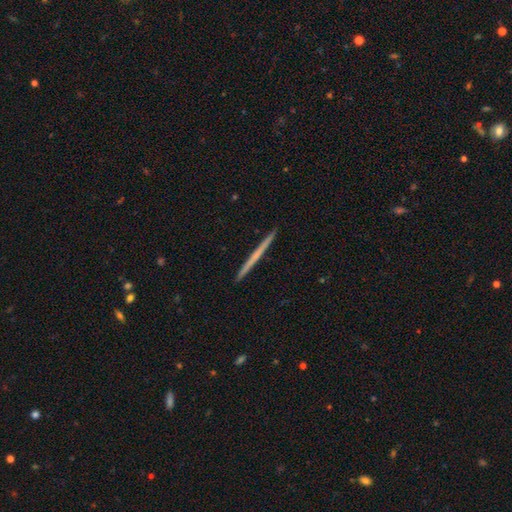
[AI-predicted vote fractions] A featured or disk galaxy (54%) viewed edge-on (98%) with no central bulge (88%).

Vote fractions:
- Smooth or featured? featured or disk: 54% / smooth: 40% / star or artifact: 5%
- Edge-on disk? yes: 98% / no: 2%
- Edge-on bulge? none: 88% / rounded: 9% / boxy: 3%
- Merging? none: 94% / minor disturbance: 4% / major disturbance: 1% / merger: 1%